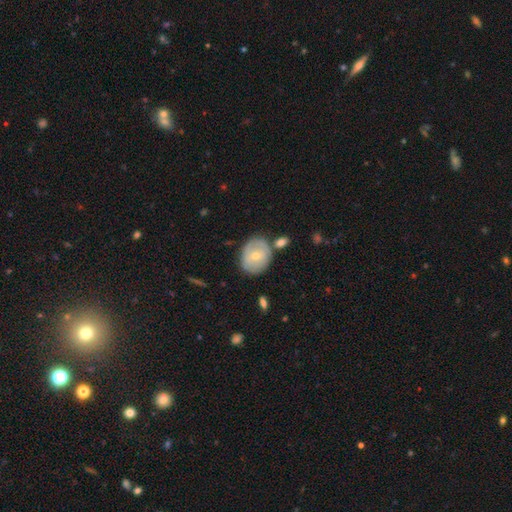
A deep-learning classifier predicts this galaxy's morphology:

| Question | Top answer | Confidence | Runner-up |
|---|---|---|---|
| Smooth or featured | featured or disk | 49% | smooth (45%) |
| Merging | none | 65% | minor disturbance (20%) |